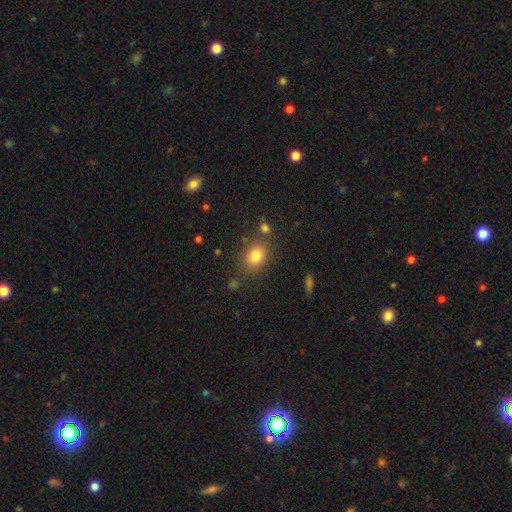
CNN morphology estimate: A smooth galaxy with no disk features (80%) that is in between round and cigar-shaped (57%).

Vote fractions:
- Smooth or featured? smooth: 80% / star or artifact: 12% / featured or disk: 9%
- How rounded? in between: 57% / round: 42% / cigar-shaped: 1%
- Merging? none: 77% / minor disturbance: 12% / merger: 6% / major disturbance: 4%